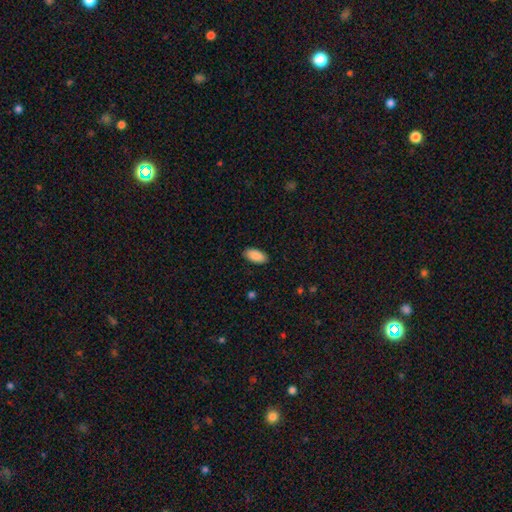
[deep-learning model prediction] smooth-or-featured: smooth: 90% | star or artifact: 6% | featured or disk: 4%
  how-rounded: in between: 94% | cigar-shaped: 4% | round: 2%
  merging: none: 89% | minor disturbance: 8% | major disturbance: 2% | merger: 1%